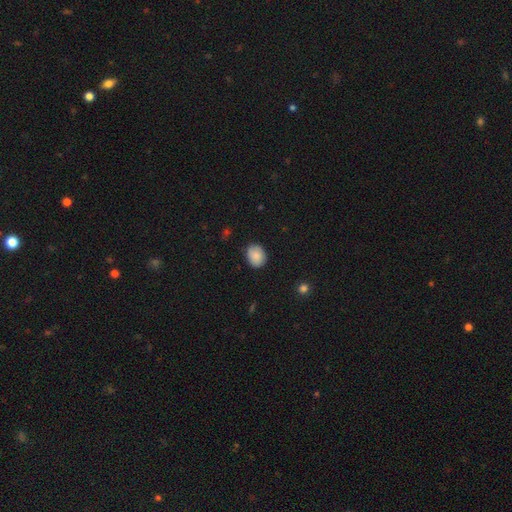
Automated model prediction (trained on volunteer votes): Q: Smooth or featured?
A: smooth (87%); runner-up: star or artifact (7%)
Q: How rounded?
A: in between (53%); runner-up: round (46%)
Q: Merging?
A: none (82%); runner-up: minor disturbance (15%)